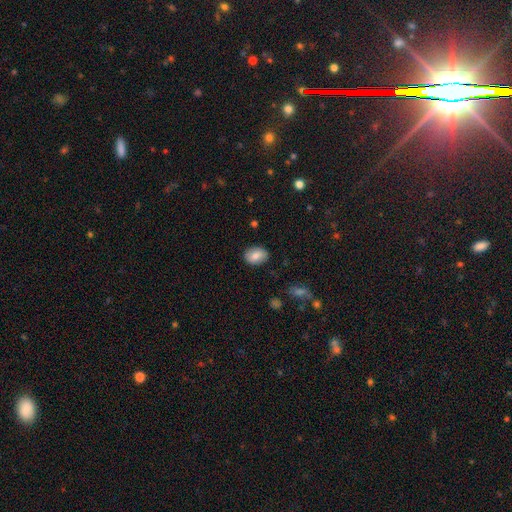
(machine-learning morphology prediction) Q: Smooth or featured?
A: smooth (81%); runner-up: featured or disk (12%)
Q: How rounded?
A: in between (78%); runner-up: round (21%)
Q: Merging?
A: none (86%); runner-up: minor disturbance (11%)